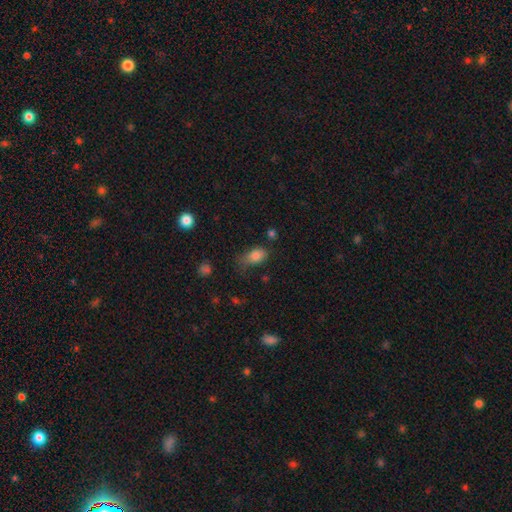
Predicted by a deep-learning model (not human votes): A smooth galaxy with no disk features (82%) that is in between round and cigar-shaped (84%). Merging: none (41%).